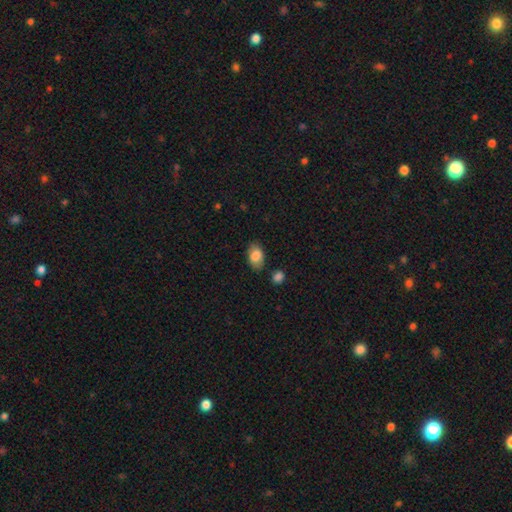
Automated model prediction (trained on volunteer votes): This is clearly a smooth galaxy (83%). How rounded: clearly in between (91%). Merging: clearly none (81%).